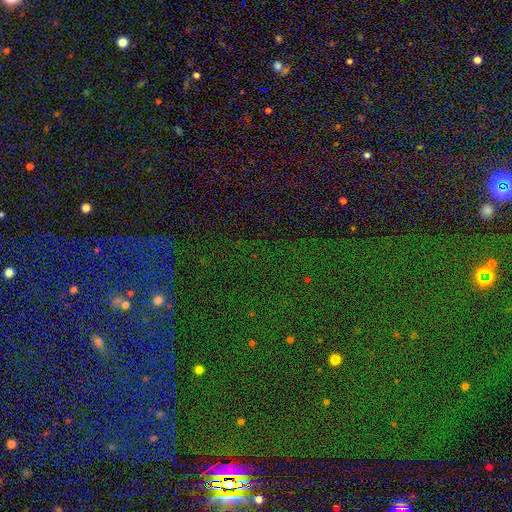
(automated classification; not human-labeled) A star or artifact, not a galaxy (83%).

Vote fractions:
- Smooth or featured? star or artifact: 83% / smooth: 9% / featured or disk: 8%